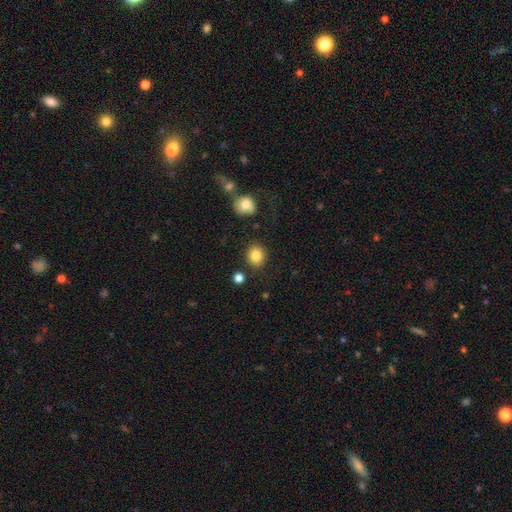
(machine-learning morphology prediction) Overall: smooth (85%). How rounded: round (77%). Merging: none (85%).